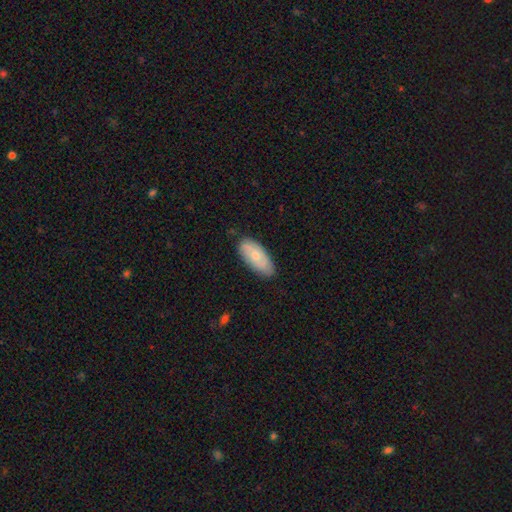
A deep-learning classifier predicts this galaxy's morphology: The model was most divided on "smooth or featured": smooth: 68%, featured or disk: 27%, star or artifact: 6%. More confident: how rounded — in between (89%); merging — none (78%).